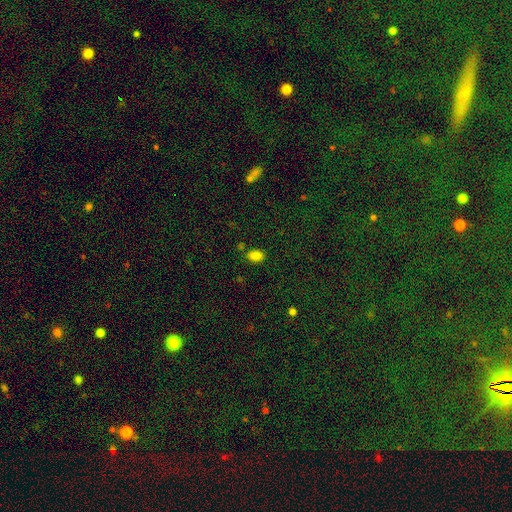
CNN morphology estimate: smooth_or_featured: smooth (p=0.83) [alt: star or artifact p=0.13]
how_rounded: in between (p=0.85) [alt: round p=0.14]
merging: none (p=0.79) [alt: minor disturbance p=0.13]